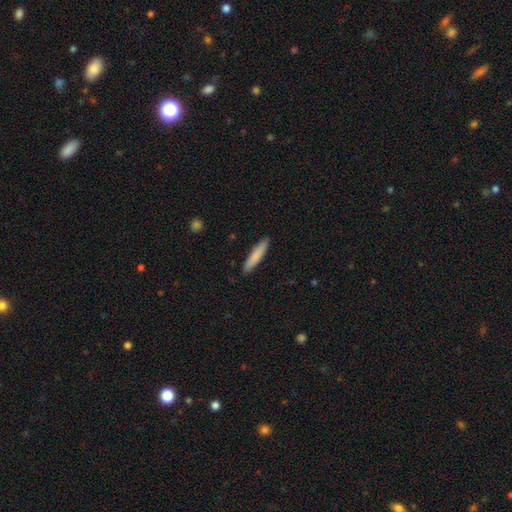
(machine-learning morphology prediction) The model was most divided on "smooth or featured": smooth: 81%, featured or disk: 13%, star or artifact: 5%. More confident: merging — none (89%); how rounded — cigar-shaped (89%).